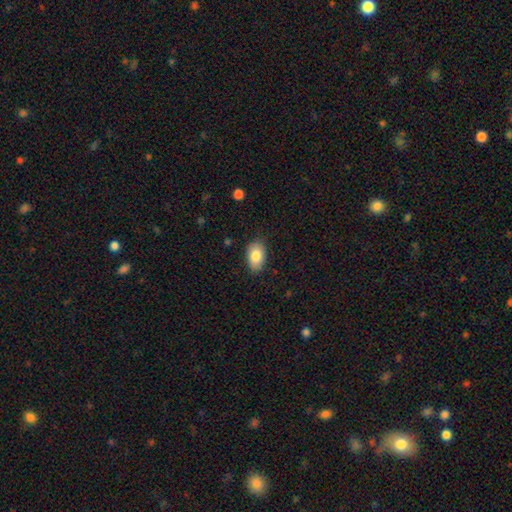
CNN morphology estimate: Smooth or featured?
  - smooth: 83% *
  - featured or disk: 10%
  - star or artifact: 7%
How rounded?
  - in between: 91% *
  - round: 8%
  - cigar-shaped: 1%
Merging?
  - none: 83% *
  - minor disturbance: 13%
  - major disturbance: 2%
  - merger: 1%